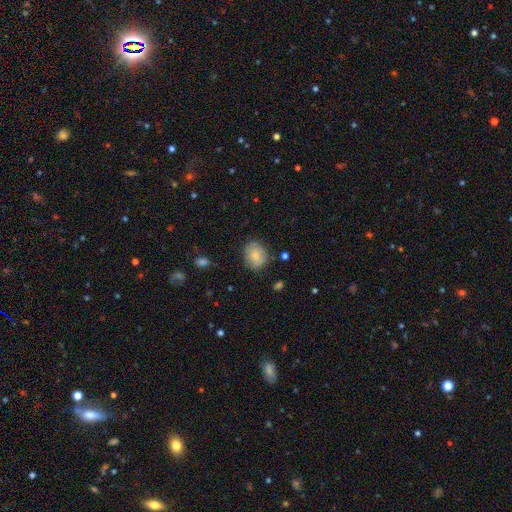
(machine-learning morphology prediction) The model was most divided on "how rounded": round: 54%, in between: 45%, cigar-shaped: 1%. More confident: smooth or featured — smooth (76%); merging — none (75%).